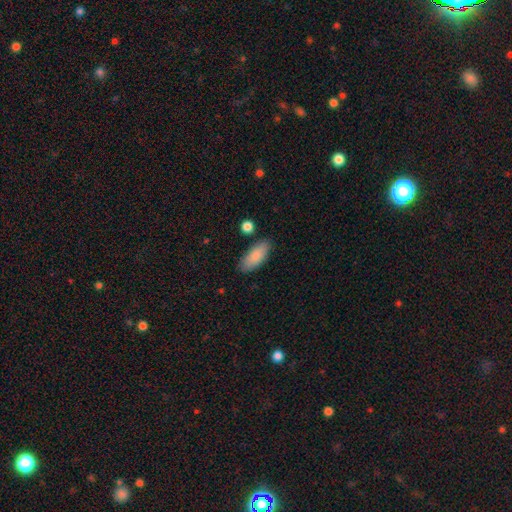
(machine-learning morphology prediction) type=smooth (85%); roundness=in between (84%); merging=none (80%).